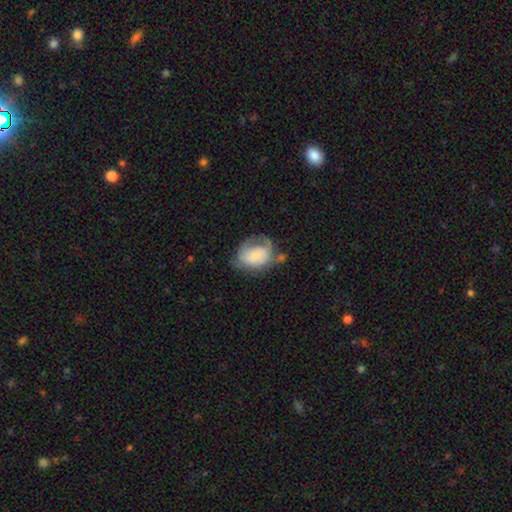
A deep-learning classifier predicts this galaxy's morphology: smooth-or-featured: smooth: 55% | featured or disk: 37% | star or artifact: 8%
  how-rounded: in between: 64% | round: 35% | cigar-shaped: 1%
  merging: none: 35% | minor disturbance: 32% | major disturbance: 27% | merger: 6%